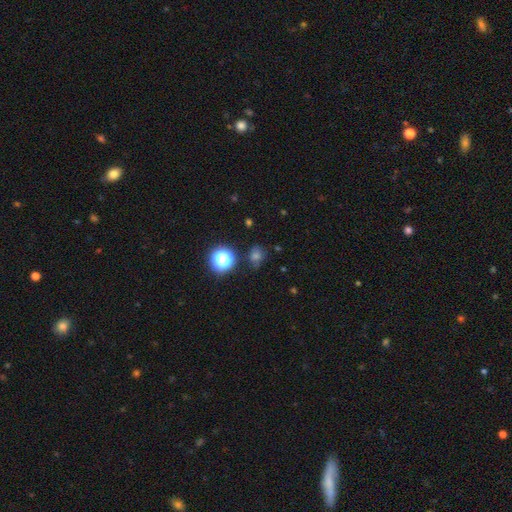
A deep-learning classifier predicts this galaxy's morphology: Overall: smooth (51%; star or artifact 41%). How rounded: round (79%). Merging: none (80%).